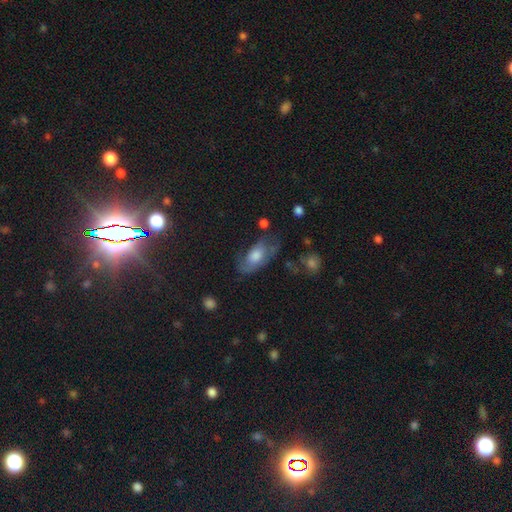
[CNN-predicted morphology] smooth-or-featured: smooth: 46% | featured or disk: 43% | star or artifact: 11%
  merging: none: 50% | minor disturbance: 28% | major disturbance: 19% | merger: 3%